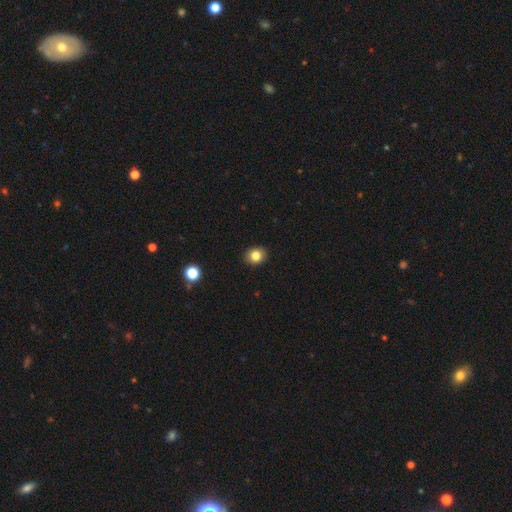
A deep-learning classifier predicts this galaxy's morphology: Overall: smooth (83%). How rounded: round (66%; in between 33%). Merging: none (91%).